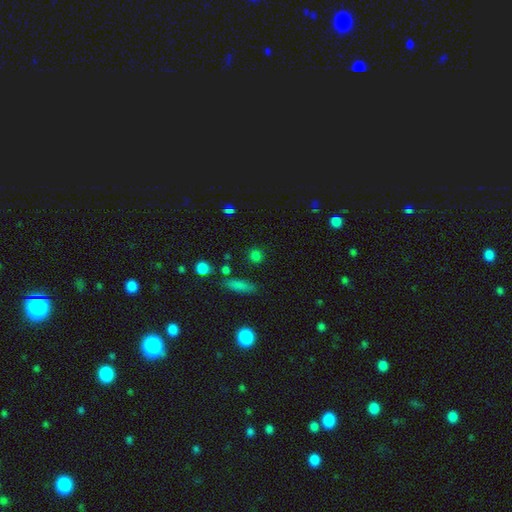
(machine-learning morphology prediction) smooth 77%, star or artifact 17%, featured or disk 6%. Down the decision tree: how rounded — round (76%); merging — none (83%).